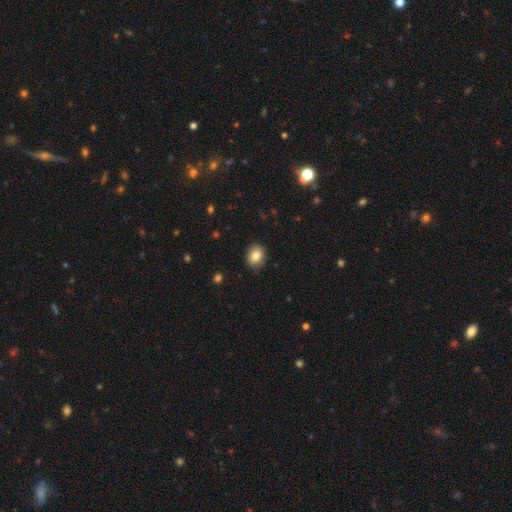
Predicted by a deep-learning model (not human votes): A smooth galaxy with no disk features (83%) that is round (52%).

Vote fractions:
- Smooth or featured? smooth: 83% / star or artifact: 9% / featured or disk: 8%
- How rounded? round: 52% / in between: 47% / cigar-shaped: 1%
- Merging? none: 87% / minor disturbance: 10% / major disturbance: 2% / merger: 1%